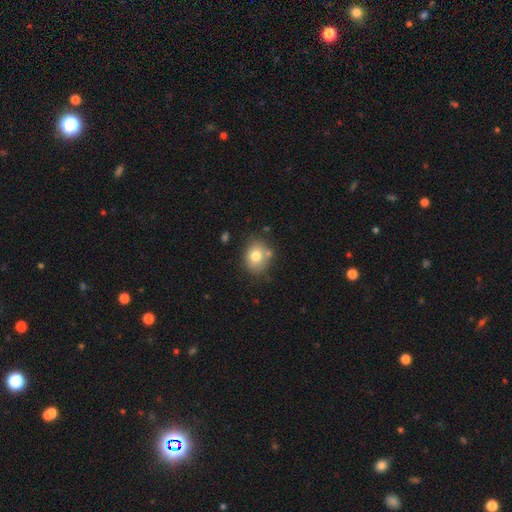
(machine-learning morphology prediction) Overall: smooth (77%). How rounded: round (57%; in between 42%). Merging: none (69%).